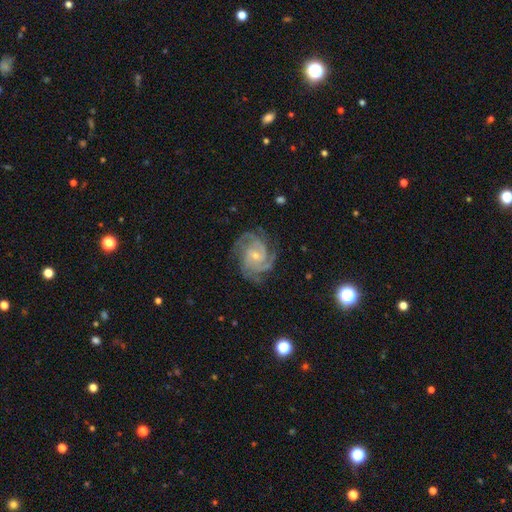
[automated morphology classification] A featured or disk galaxy (91%) with no bar (60%), 3 (42%) tight (59%) spiral arms (98%) and a small central bulge (69%). Merging: none (75%).